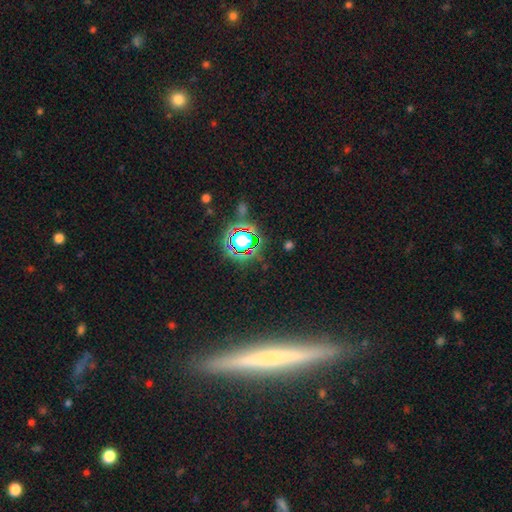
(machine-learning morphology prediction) type=featured or disk (42%); merging=none (88%).